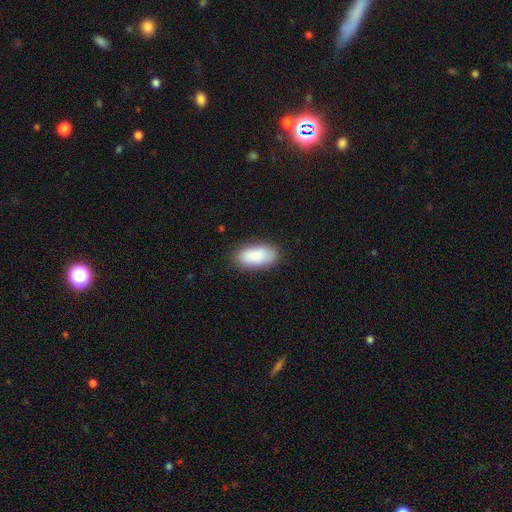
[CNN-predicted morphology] Q: Smooth or featured?
A: smooth (87%); runner-up: featured or disk (7%)
Q: How rounded?
A: in between (92%); runner-up: cigar-shaped (6%)
Q: Merging?
A: none (86%); runner-up: minor disturbance (10%)